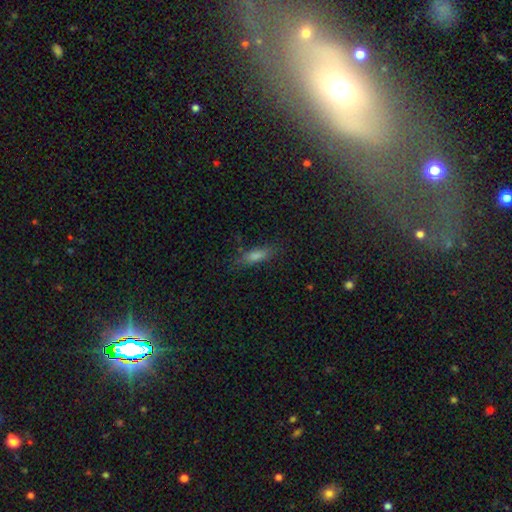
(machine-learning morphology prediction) Q: Smooth or featured?
A: smooth (62%); runner-up: featured or disk (21%)
Q: How rounded?
A: cigar-shaped (57%); runner-up: in between (39%)
Q: Merging?
A: none (79%); runner-up: minor disturbance (15%)